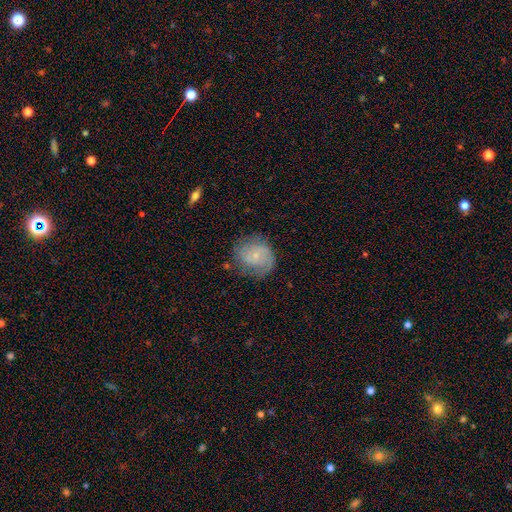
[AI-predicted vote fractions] smooth-or-featured: featured or disk: 58% | smooth: 34% | star or artifact: 8%
  disk-edge-on: no: 98% | yes: 2%
    bar: no: 70% | weak: 26% | strong: 4%
    has-spiral-arms: yes: 87% | no: 13%
    bulge-size: small: 78% | moderate: 13% | none: 6% | large: 1% | dominant: 1%
  merging: none: 67% | minor disturbance: 21% | major disturbance: 10% | merger: 2%